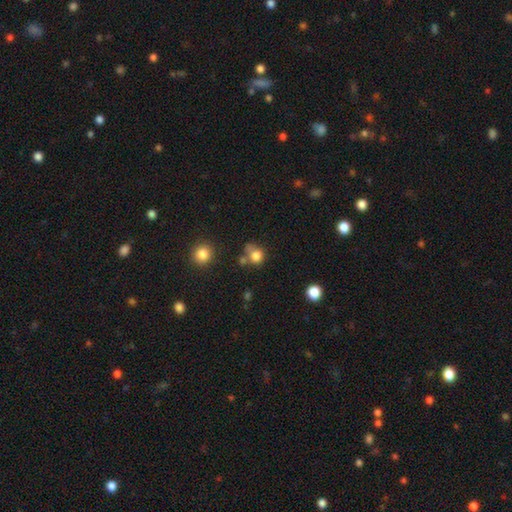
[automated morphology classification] A smooth galaxy with no disk features (79%) that is round (76%). Merging: none (47%).